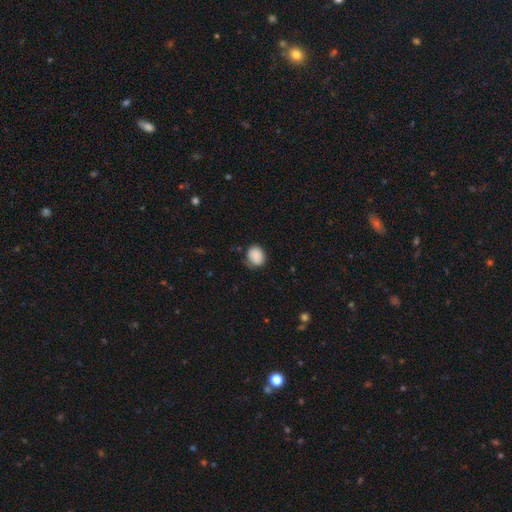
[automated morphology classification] This is clearly a smooth galaxy (86%). How rounded: likely round (62%). Merging: likely none (67%).